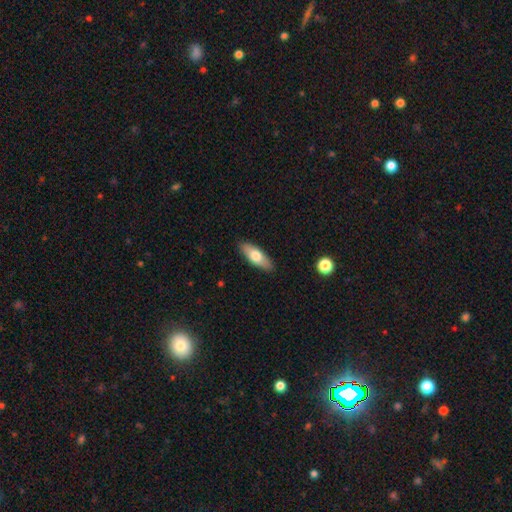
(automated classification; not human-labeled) A smooth galaxy with no disk features (69%) that is in between round and cigar-shaped (68%). Merging: none (88%).